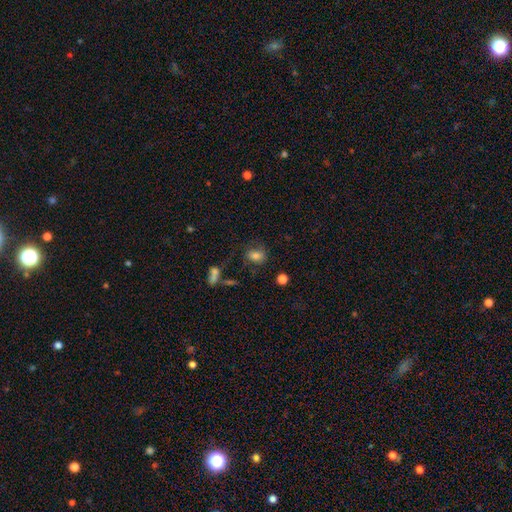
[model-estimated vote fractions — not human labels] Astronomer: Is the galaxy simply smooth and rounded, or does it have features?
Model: smooth — 76%.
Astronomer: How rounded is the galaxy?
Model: in between — 64%.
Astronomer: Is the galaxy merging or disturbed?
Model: none — 64%.